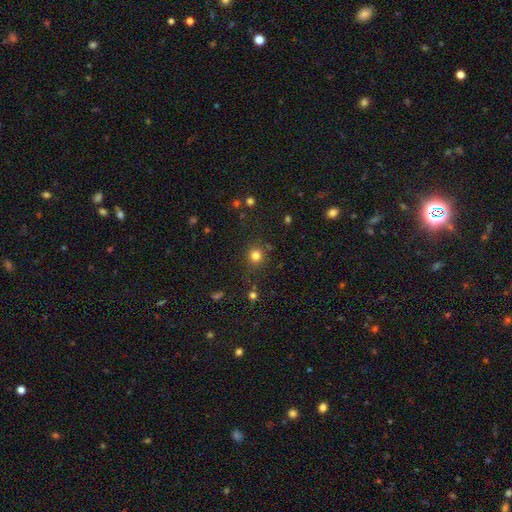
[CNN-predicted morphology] This is likely a smooth galaxy (79%). How rounded: clearly round (90%). Merging: clearly none (82%).